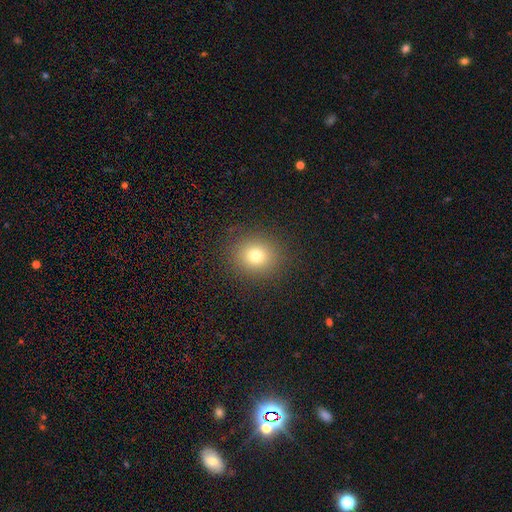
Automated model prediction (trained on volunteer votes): Morphology: type=smooth (76%); roundness=round (82%); merging=none (89%).